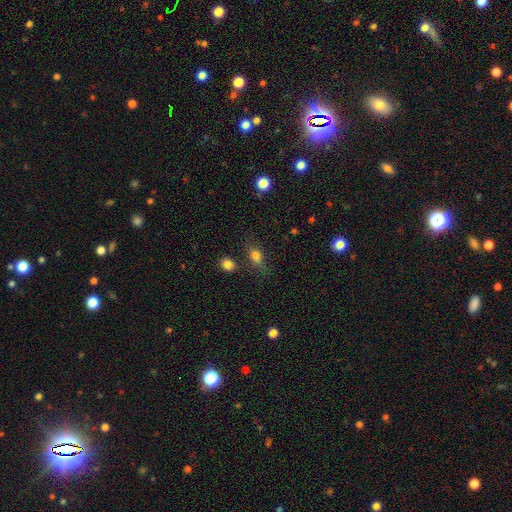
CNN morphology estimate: smooth-or-featured: smooth: 79% | star or artifact: 12% | featured or disk: 9%
  how-rounded: in between: 75% | round: 18% | cigar-shaped: 7%
  merging: none: 64% | minor disturbance: 19% | major disturbance: 9% | merger: 8%